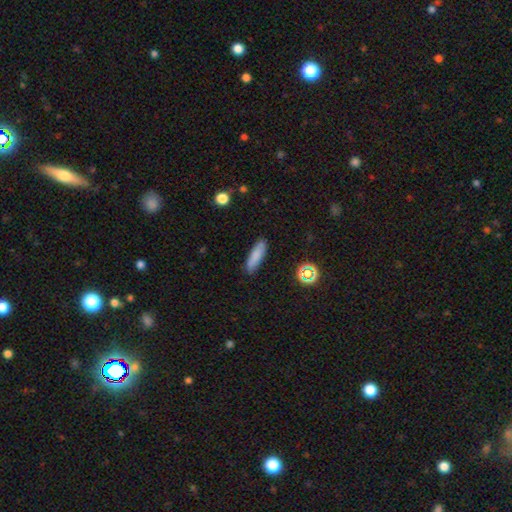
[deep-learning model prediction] Smooth or featured: smooth — 82% (star or artifact — 9%)
How rounded: cigar-shaped — 61% (in between — 36%)
Merging: none — 86% (minor disturbance — 10%)